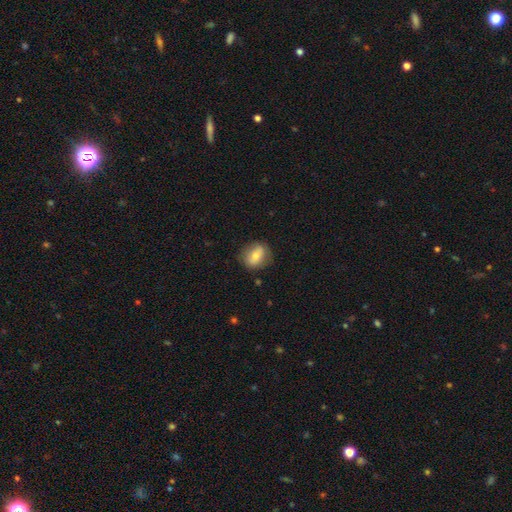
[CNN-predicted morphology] Smooth or featured?
  - smooth: 71% *
  - featured or disk: 21%
  - star or artifact: 8%
How rounded?
  - in between: 53% *
  - round: 45%
  - cigar-shaped: 2%
Merging?
  - none: 77% *
  - minor disturbance: 16%
  - major disturbance: 5%
  - merger: 1%